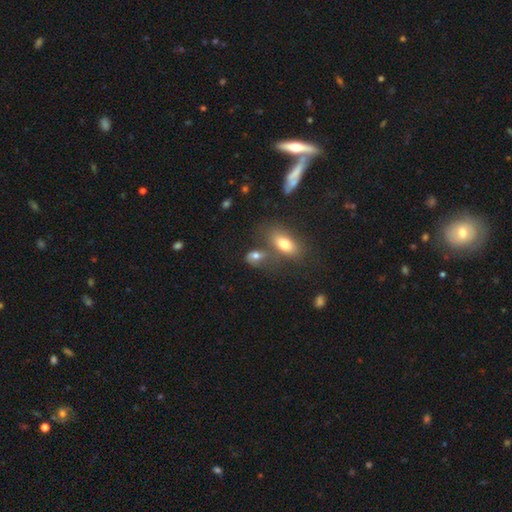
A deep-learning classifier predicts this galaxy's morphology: type=smooth (69%); roundness=in between (78%); merging=none (43%).